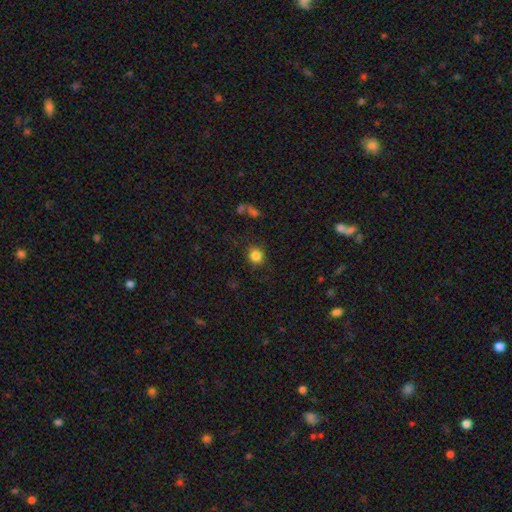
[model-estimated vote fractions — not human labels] smooth 84%, star or artifact 11%, featured or disk 5%. Down the decision tree: how rounded — round (87%); merging — none (85%).